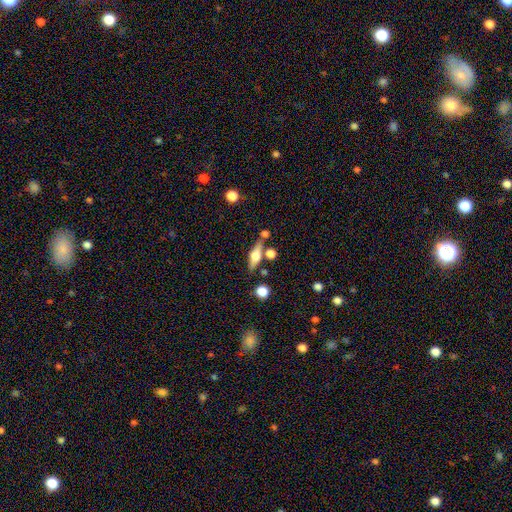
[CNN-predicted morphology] The model was most divided on "smooth or featured": featured or disk: 51%, smooth: 41%, star or artifact: 8%. More confident: edge-on disk — yes (90%); merging — none (71%).